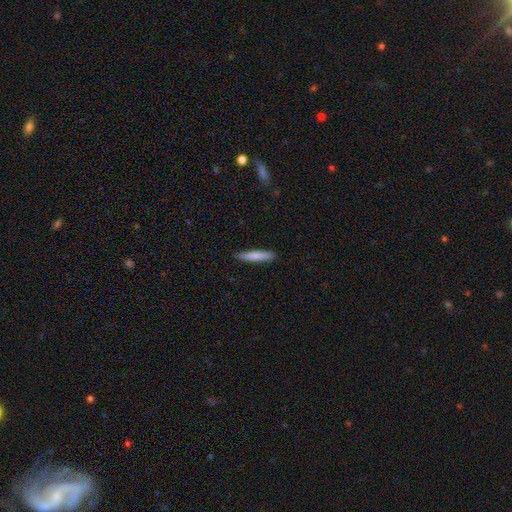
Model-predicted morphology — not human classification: Q: Smooth or featured?
A: smooth (81%); runner-up: featured or disk (14%)
Q: How rounded?
A: cigar-shaped (91%); runner-up: in between (7%)
Q: Merging?
A: none (88%); runner-up: minor disturbance (9%)